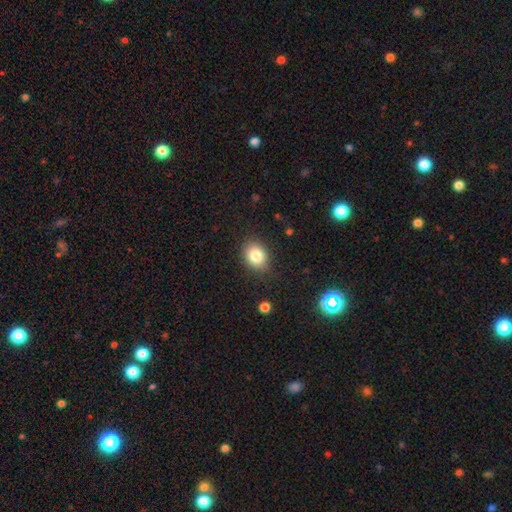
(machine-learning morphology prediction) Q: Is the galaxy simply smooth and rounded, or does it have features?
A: smooth — 82%.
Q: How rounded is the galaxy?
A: round — 50%.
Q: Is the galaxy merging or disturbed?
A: none — 85%.